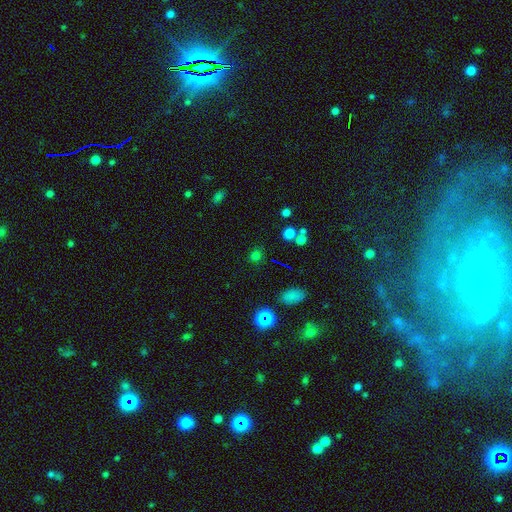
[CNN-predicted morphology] smooth 68%, star or artifact 26%, featured or disk 6%. Down the decision tree: how rounded — round (84%); merging — none (81%).